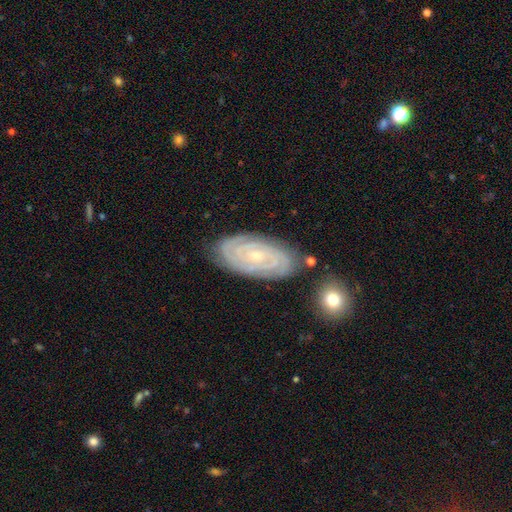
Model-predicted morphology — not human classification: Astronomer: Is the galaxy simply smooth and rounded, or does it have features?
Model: featured or disk — 85%.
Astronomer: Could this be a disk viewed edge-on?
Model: no — 95%.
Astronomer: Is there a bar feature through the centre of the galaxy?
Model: no — 66%.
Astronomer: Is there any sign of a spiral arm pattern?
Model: yes — 97%.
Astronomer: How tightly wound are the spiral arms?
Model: tight — 84%.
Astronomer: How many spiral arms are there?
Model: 2 — 30% (runner-up: can't tell, 27%).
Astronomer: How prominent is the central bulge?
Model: small — 73%.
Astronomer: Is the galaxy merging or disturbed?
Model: none — 81%.